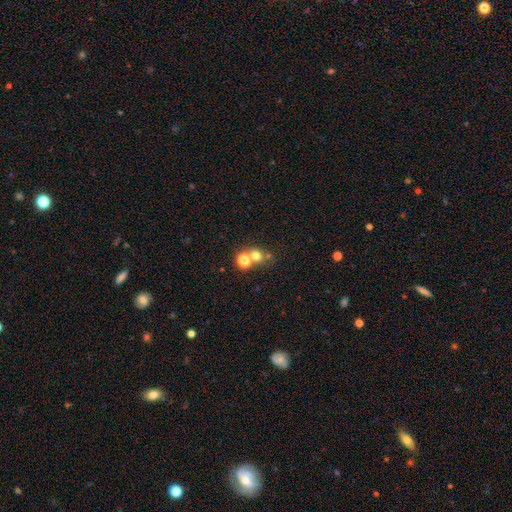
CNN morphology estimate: smooth-or-featured: smooth: 67% | star or artifact: 21% | featured or disk: 12%
  how-rounded: round: 77% | in between: 22% | cigar-shaped: 1%
  merging: none: 51% | merger: 38% | minor disturbance: 7% | major disturbance: 4%